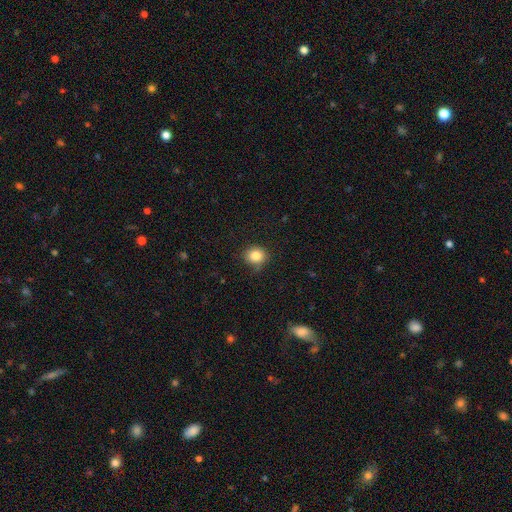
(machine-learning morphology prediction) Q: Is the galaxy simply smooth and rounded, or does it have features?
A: smooth — 83%.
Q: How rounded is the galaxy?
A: round — 79%.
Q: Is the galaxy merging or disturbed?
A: none — 80%.